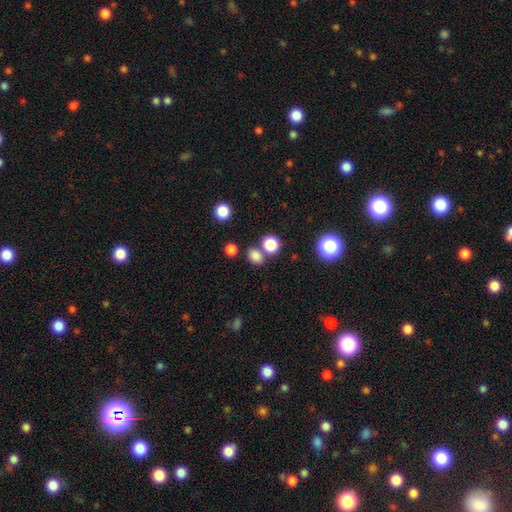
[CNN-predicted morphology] Q: Smooth or featured?
A: smooth (79%); runner-up: star or artifact (16%)
Q: How rounded?
A: round (61%); runner-up: in between (38%)
Q: Merging?
A: none (67%); runner-up: merger (21%)